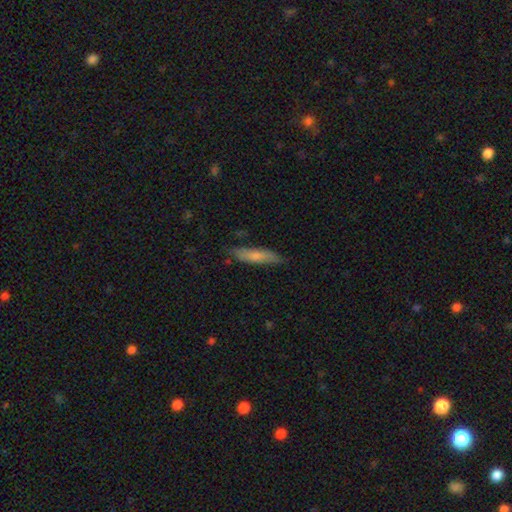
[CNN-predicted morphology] The model was most divided on "smooth or featured": smooth: 72%, featured or disk: 22%, star or artifact: 6%. More confident: merging — none (77%); how rounded — cigar-shaped (76%).